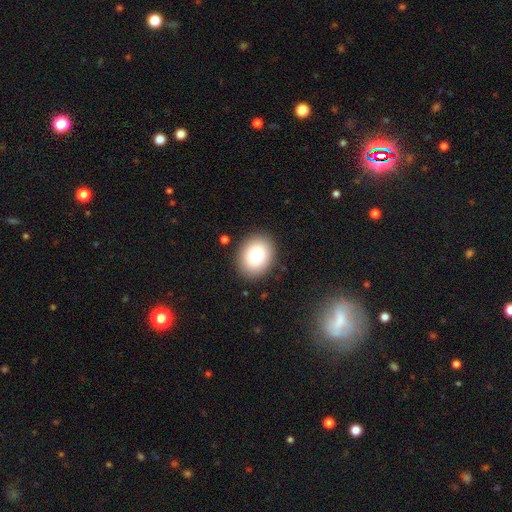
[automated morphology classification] A smooth galaxy with no disk features (79%) that is round (51%).

Vote fractions:
- Smooth or featured? smooth: 79% / featured or disk: 11% / star or artifact: 10%
- How rounded? round: 51% / in between: 49% / cigar-shaped: 1%
- Merging? none: 88% / minor disturbance: 8% / major disturbance: 3% / merger: 1%